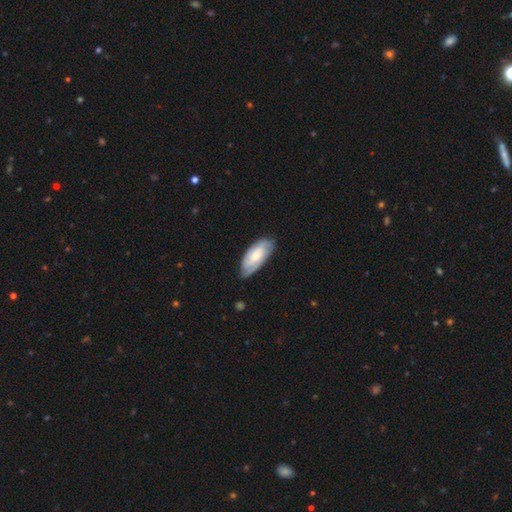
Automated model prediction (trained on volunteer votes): This appears to be a featured or disk galaxy (48%). Merging: none (70%).